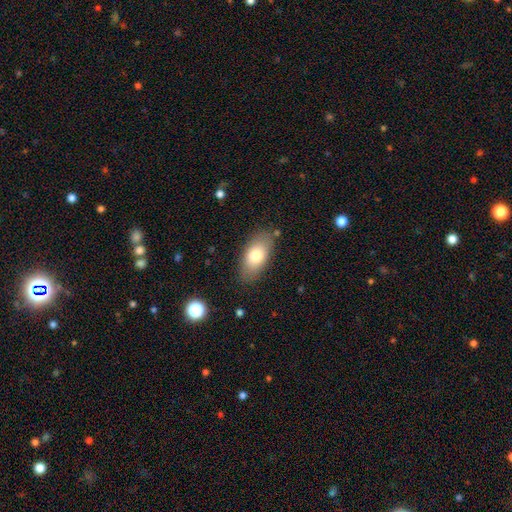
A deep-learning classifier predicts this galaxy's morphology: Smooth or featured: smooth — 77% (featured or disk — 16%)
How rounded: in between — 91% (cigar-shaped — 5%)
Merging: none — 81% (minor disturbance — 13%)